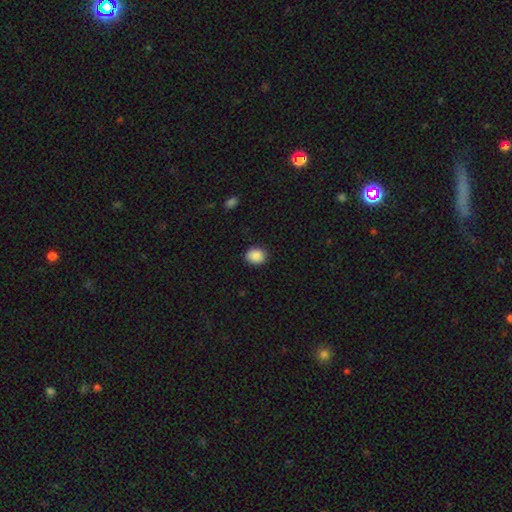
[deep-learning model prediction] smooth_or_featured: smooth (p=0.88) [alt: star or artifact p=0.08]
how_rounded: round (p=0.57) [alt: in between p=0.42]
merging: none (p=0.87) [alt: minor disturbance p=0.10]